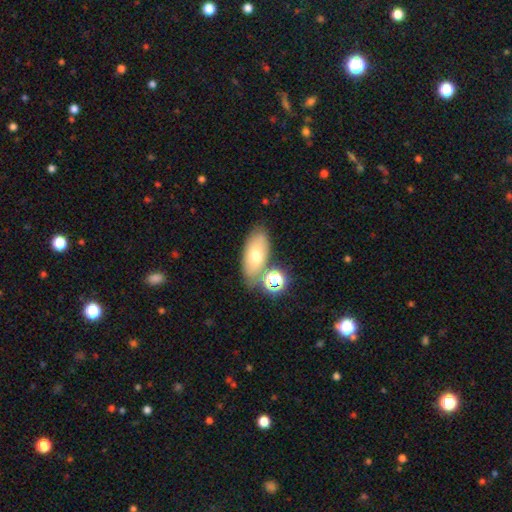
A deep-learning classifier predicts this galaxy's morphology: smooth-or-featured: smooth: 63% | featured or disk: 25% | star or artifact: 12%
  how-rounded: in between: 87% | round: 8% | cigar-shaped: 5%
  merging: none: 65% | merger: 15% | minor disturbance: 15% | major disturbance: 5%